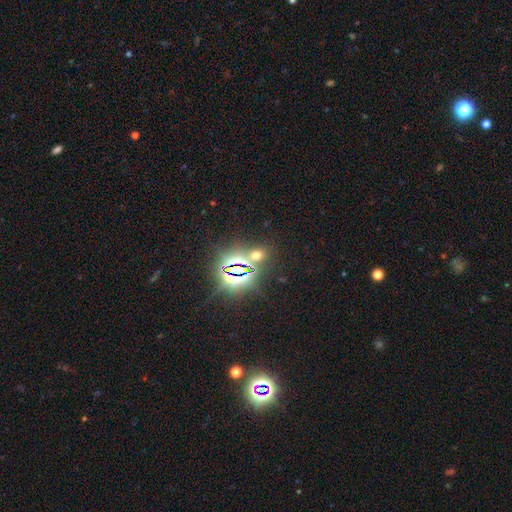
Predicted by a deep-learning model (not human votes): Q: Smooth or featured?
A: star or artifact (55%); runner-up: smooth (37%)